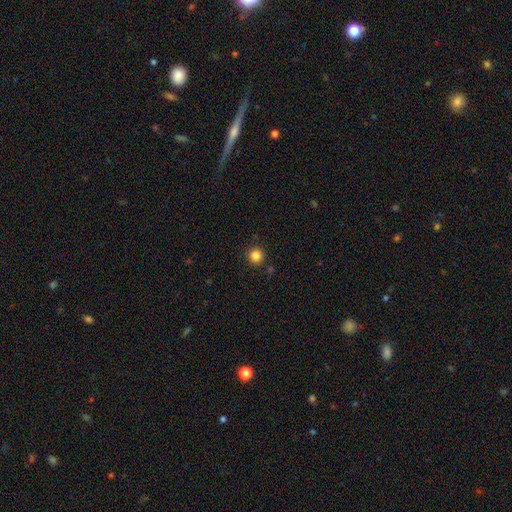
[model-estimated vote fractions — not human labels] A smooth galaxy with no disk features (84%) that is round (95%). Merging: none (90%).